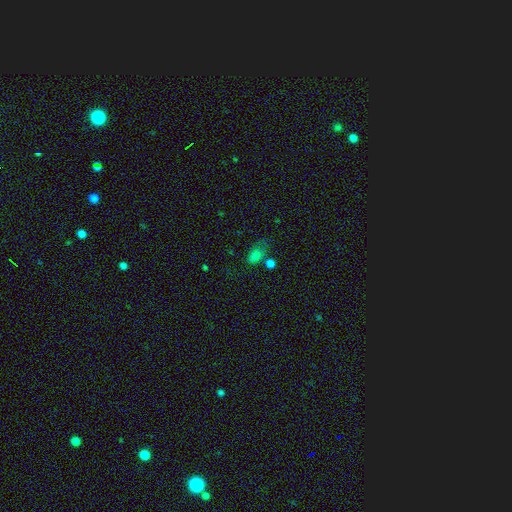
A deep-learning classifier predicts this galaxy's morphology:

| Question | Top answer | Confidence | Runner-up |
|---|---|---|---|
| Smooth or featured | smooth | 75% | star or artifact (16%) |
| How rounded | in between | 81% | round (16%) |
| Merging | none | 42% | minor disturbance (28%) |